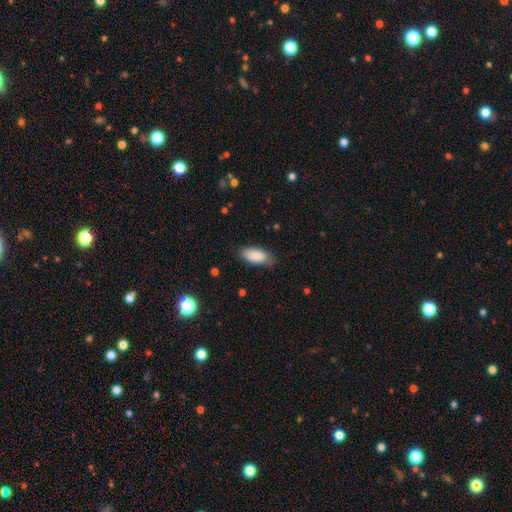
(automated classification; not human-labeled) The model was most divided on "merging": none: 76%, minor disturbance: 19%, major disturbance: 4%, merger: 1%. More confident: how rounded — in between (90%); smooth or featured — smooth (88%).